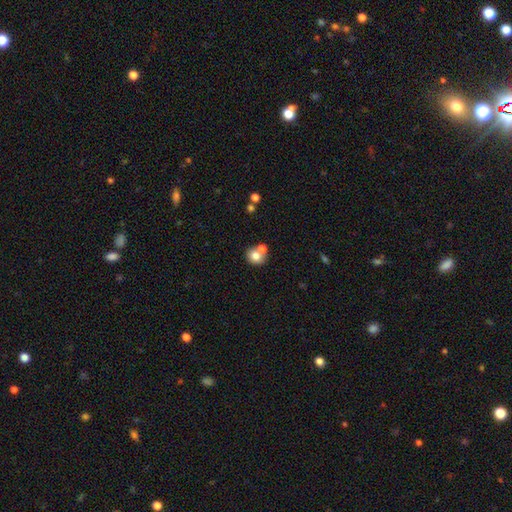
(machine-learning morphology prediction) This is likely a smooth galaxy (76%). How rounded: likely round (77%). Merging: possibly none (51%).